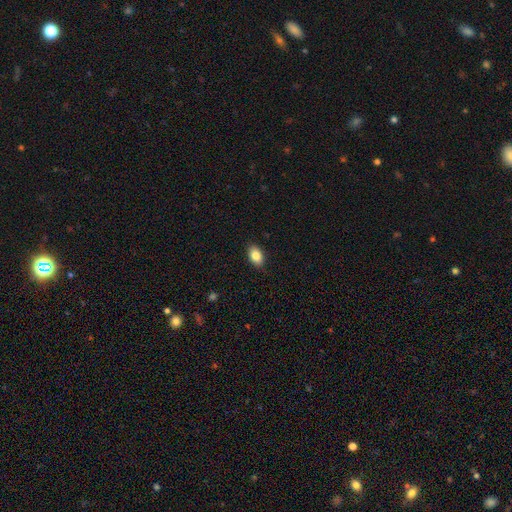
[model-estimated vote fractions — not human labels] smooth-or-featured: smooth: 86% | star or artifact: 8% | featured or disk: 7%
  how-rounded: in between: 89% | round: 9% | cigar-shaped: 2%
  merging: none: 89% | minor disturbance: 8% | major disturbance: 2% | merger: 1%